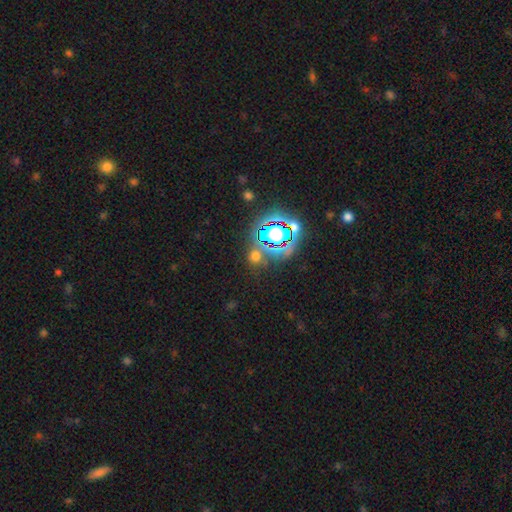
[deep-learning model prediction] This is possibly a smooth galaxy (46%, tied with star or artifact). Merging: likely none (73%).